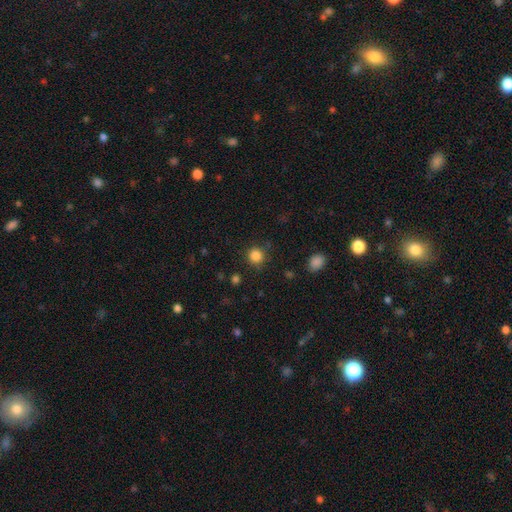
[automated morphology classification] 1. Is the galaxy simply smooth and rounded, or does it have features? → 85% smooth, 11% star or artifact, 4% featured or disk.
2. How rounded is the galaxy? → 92% round, 7% in between, 1% cigar-shaped.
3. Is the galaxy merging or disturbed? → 86% none, 9% minor disturbance, 3% major disturbance, 2% merger.